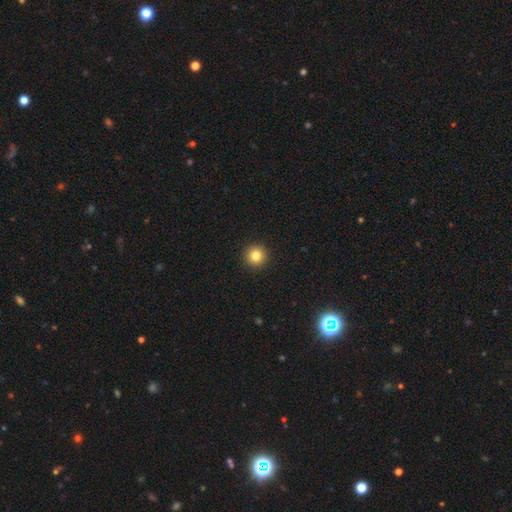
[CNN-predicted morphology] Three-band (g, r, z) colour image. It shows a smooth galaxy with no disk features (82%) that is round (96%). Merging: none (94%).